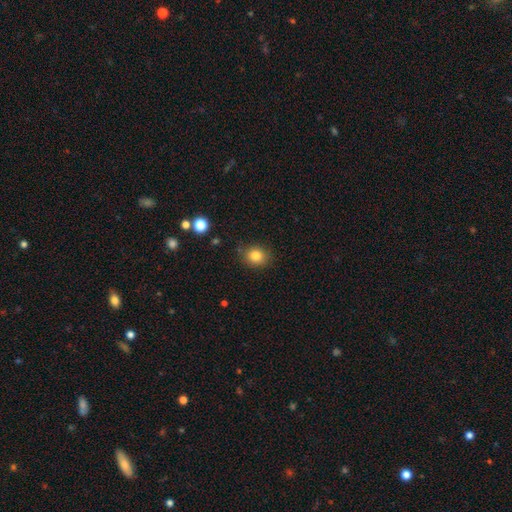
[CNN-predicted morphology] smooth 83%, star or artifact 11%, featured or disk 6%. Down the decision tree: how rounded — round (72%); merging — none (84%).